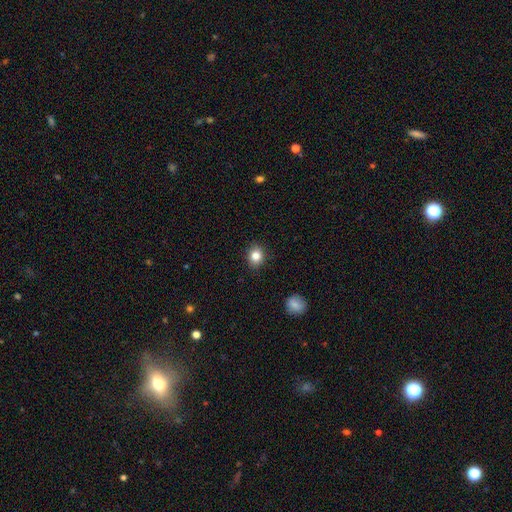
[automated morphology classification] smooth 84%, star or artifact 10%, featured or disk 6%. Down the decision tree: how rounded — round (72%); merging — none (90%).